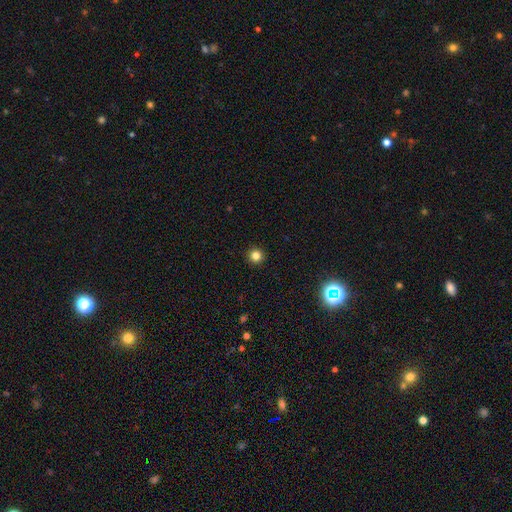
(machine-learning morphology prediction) Smooth or featured: smooth — 81% (star or artifact — 14%)
How rounded: round — 96% (in between — 3%)
Merging: none — 93% (minor disturbance — 4%)